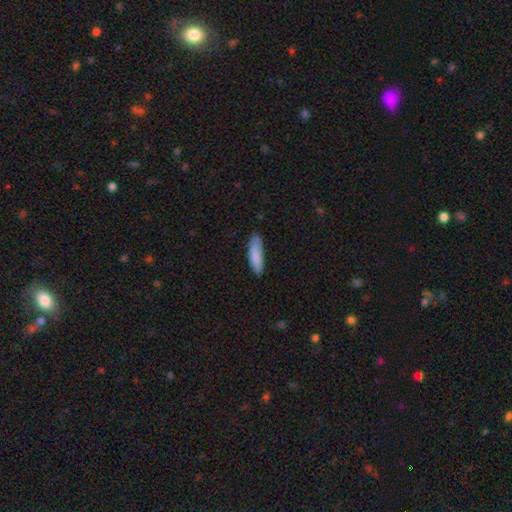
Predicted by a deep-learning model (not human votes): Smooth or featured: smooth — 87% (featured or disk — 8%)
How rounded: cigar-shaped — 62% (in between — 36%)
Merging: none — 80% (minor disturbance — 16%)